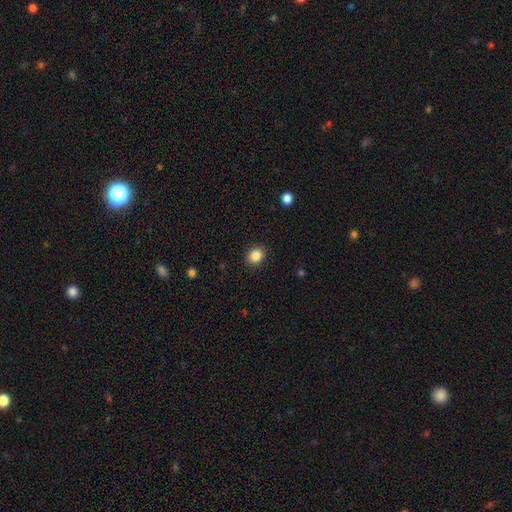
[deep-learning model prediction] Q: Smooth or featured?
A: smooth (86%); runner-up: star or artifact (10%)
Q: How rounded?
A: round (61%); runner-up: in between (38%)
Q: Merging?
A: none (90%); runner-up: minor disturbance (6%)